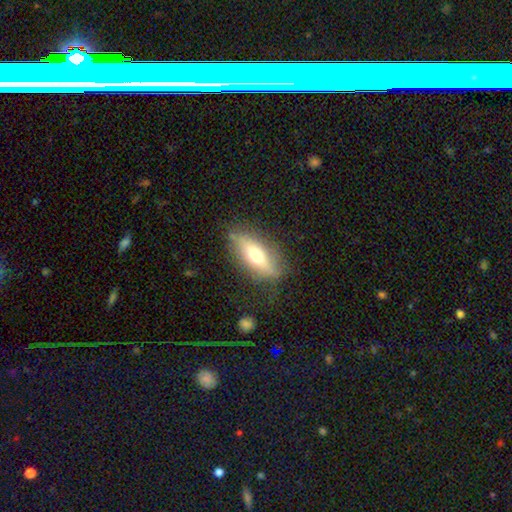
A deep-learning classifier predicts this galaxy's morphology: This is possibly a smooth galaxy (55%). How rounded: likely in between (69%). Merging: likely none (77%).